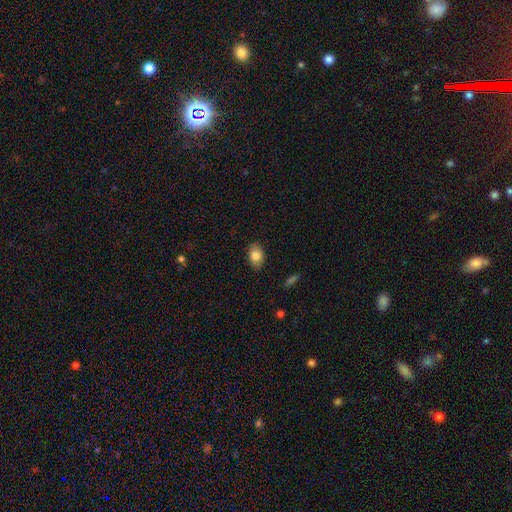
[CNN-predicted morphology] smooth-or-featured: smooth: 82% | featured or disk: 10% | star or artifact: 8%
  how-rounded: in between: 85% | round: 13% | cigar-shaped: 1%
  merging: none: 86% | minor disturbance: 10% | major disturbance: 2% | merger: 1%